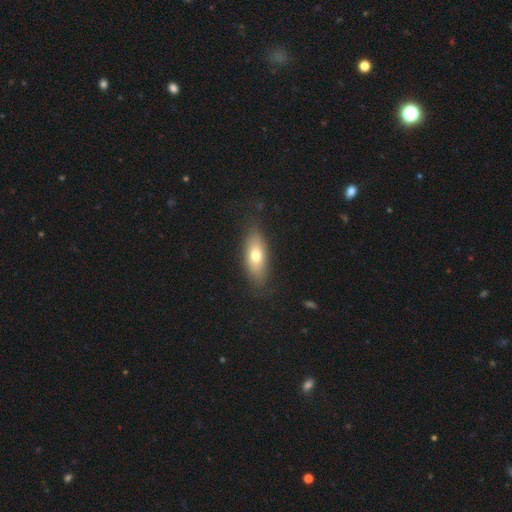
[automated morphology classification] Smooth or featured? Predicted: smooth (p=0.69). How rounded? Predicted: in between (p=0.74). Merging? Predicted: none (p=0.82).